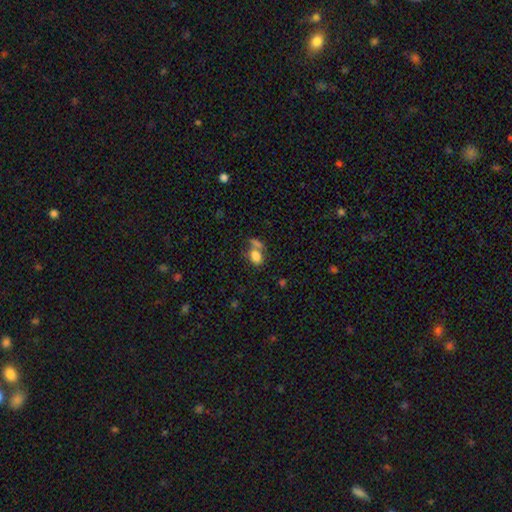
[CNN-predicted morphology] This appears to be a smooth galaxy with no disk features (80%) that is in between round and cigar-shaped (77%). Merging: none (45%).